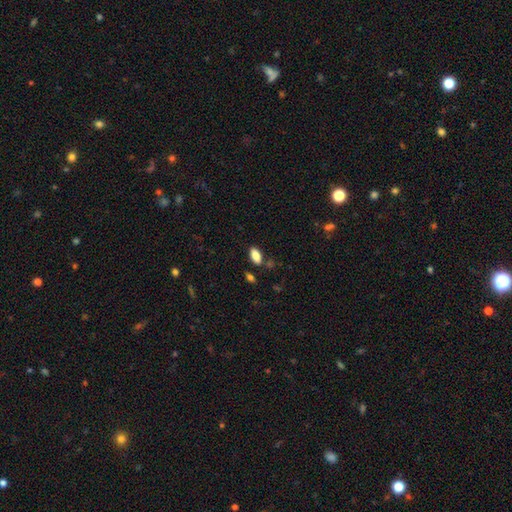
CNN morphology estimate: This is clearly a smooth galaxy (86%). How rounded: clearly in between (90%). Merging: clearly none (80%).